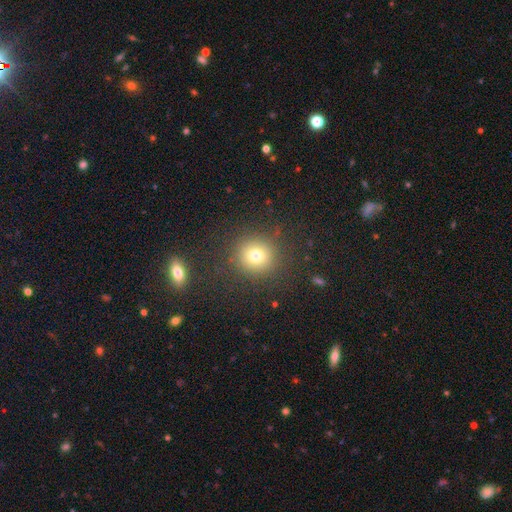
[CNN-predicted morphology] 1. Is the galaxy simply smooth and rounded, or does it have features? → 74% smooth, 16% star or artifact, 10% featured or disk.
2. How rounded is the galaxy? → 91% round, 8% in between, 1% cigar-shaped.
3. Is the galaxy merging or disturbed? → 86% none, 8% minor disturbance, 4% major disturbance, 2% merger.